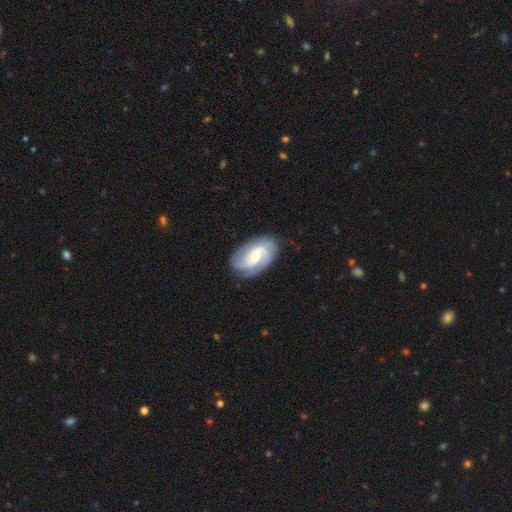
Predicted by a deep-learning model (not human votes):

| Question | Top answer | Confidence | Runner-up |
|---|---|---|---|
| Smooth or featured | featured or disk | 78% | smooth (17%) |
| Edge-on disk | no | 97% | yes (3%) |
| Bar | no | 46% | weak (43%) |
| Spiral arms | yes | 96% | no (4%) |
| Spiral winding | tight | 43% | tied: medium (43%) |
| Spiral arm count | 2 | 55% | 3 (17%) |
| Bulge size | small | 56% | moderate (33%) |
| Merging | none | 79% | minor disturbance (15%) |